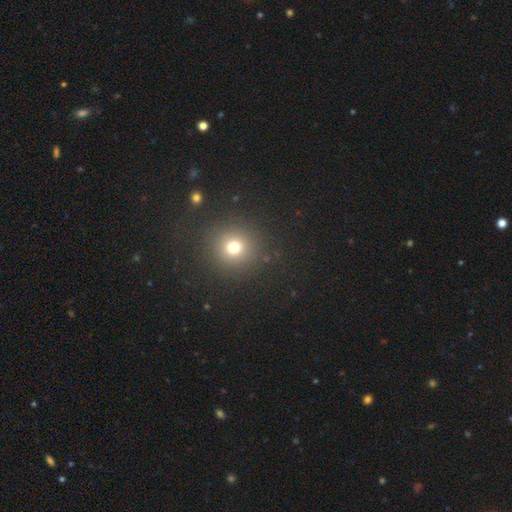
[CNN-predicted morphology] Q: Smooth or featured?
A: smooth (58%); runner-up: star or artifact (35%)
Q: How rounded?
A: round (90%); runner-up: in between (9%)
Q: Merging?
A: none (91%); runner-up: minor disturbance (5%)